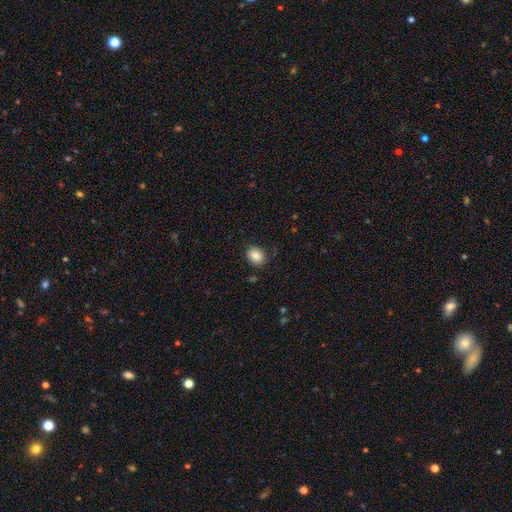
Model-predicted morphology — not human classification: type=smooth (84%); roundness=in between (55%); merging=none (86%).